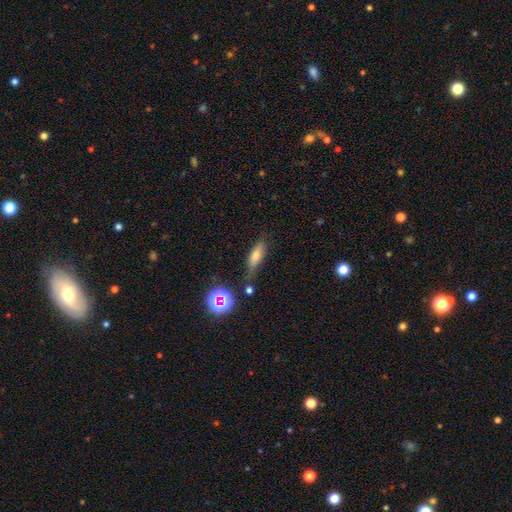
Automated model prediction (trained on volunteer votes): Morphology: type=smooth (59%); roundness=cigar-shaped (47%, tied with in between); merging=none (69%).